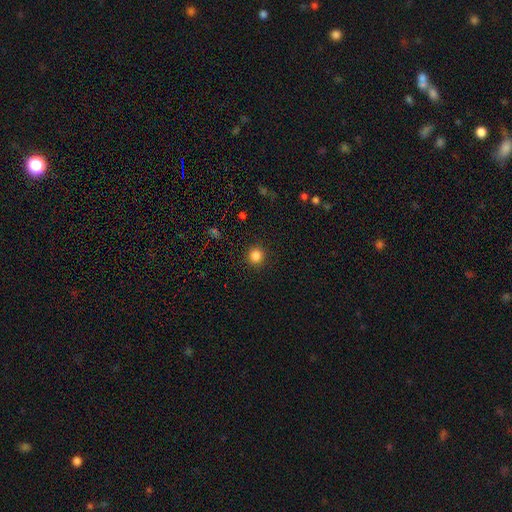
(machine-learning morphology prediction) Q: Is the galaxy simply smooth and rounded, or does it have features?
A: smooth — 83%.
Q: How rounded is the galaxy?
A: round — 94%.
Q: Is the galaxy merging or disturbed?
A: none — 92%.